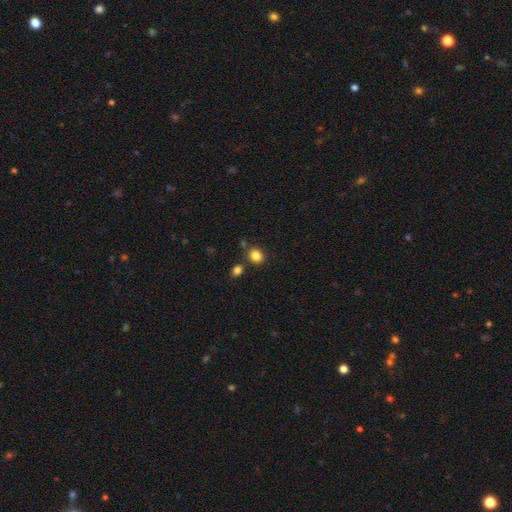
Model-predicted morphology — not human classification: A smooth galaxy with no disk features (84%) that is round (64%).

Vote fractions:
- Smooth or featured? smooth: 84% / star or artifact: 11% / featured or disk: 5%
- How rounded? round: 64% / in between: 35% / cigar-shaped: 1%
- Merging? none: 78% / minor disturbance: 10% / merger: 9% / major disturbance: 3%